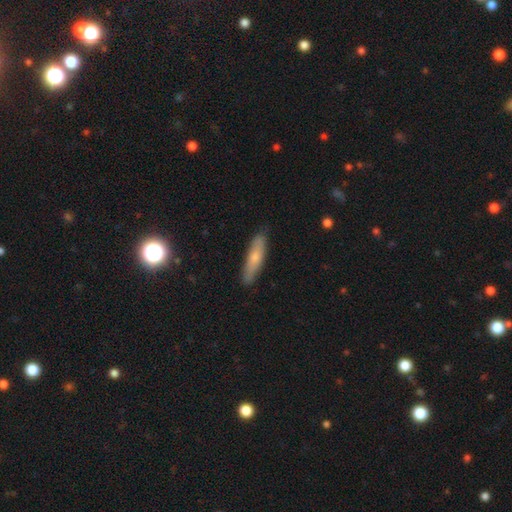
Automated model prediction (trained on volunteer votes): This is likely a smooth galaxy (62%). How rounded: clearly cigar-shaped (80%). Merging: clearly none (87%).